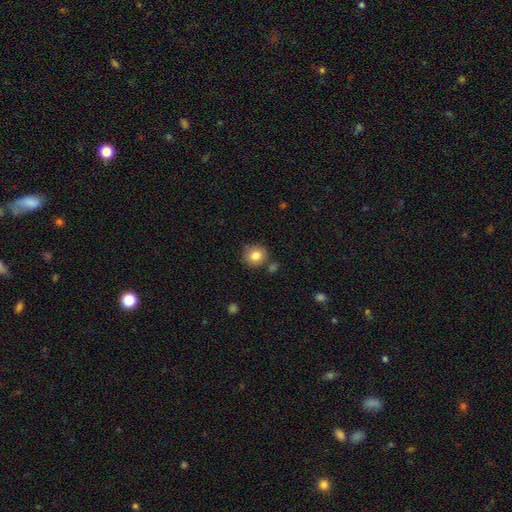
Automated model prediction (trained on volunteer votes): smooth 82%, star or artifact 10%, featured or disk 8%. Down the decision tree: how rounded — round (86%); merging — none (78%).